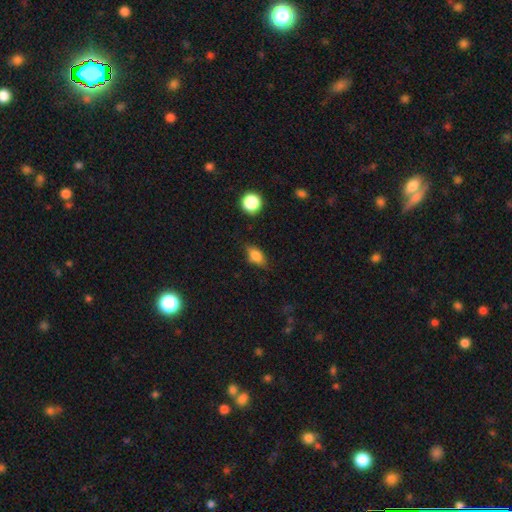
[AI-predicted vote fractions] This is likely a smooth galaxy (76%). How rounded: likely in between (79%). Merging: likely none (74%).